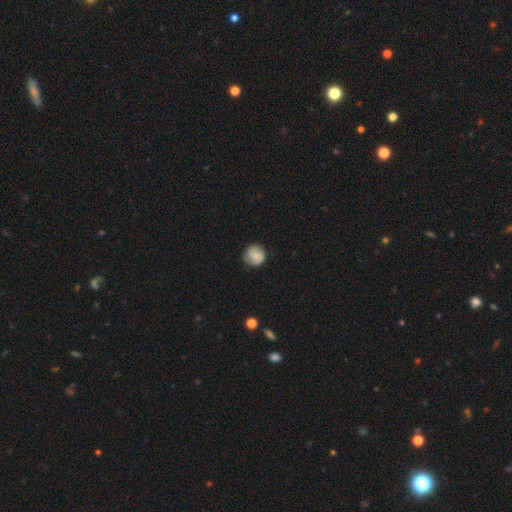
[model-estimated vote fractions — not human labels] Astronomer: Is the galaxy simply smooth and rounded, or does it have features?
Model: smooth — 69%.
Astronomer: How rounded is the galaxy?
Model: round — 88%.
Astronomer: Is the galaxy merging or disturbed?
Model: none — 73%.